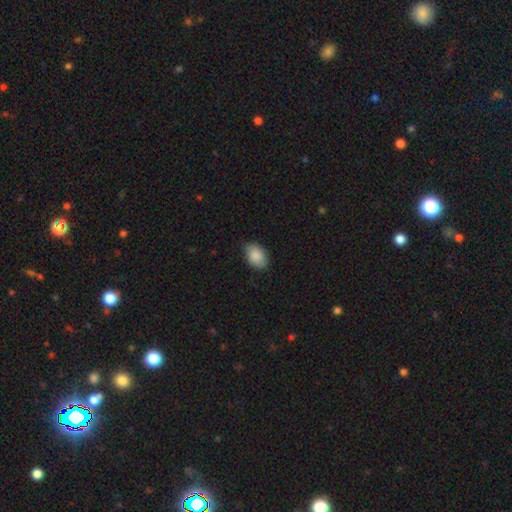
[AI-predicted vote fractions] A smooth galaxy with no disk features (88%) that is in between round and cigar-shaped (85%).

Vote fractions:
- Smooth or featured? smooth: 88% / star or artifact: 6% / featured or disk: 5%
- How rounded? in between: 85% / round: 14% / cigar-shaped: 1%
- Merging? none: 77% / minor disturbance: 19% / major disturbance: 3% / merger: 1%